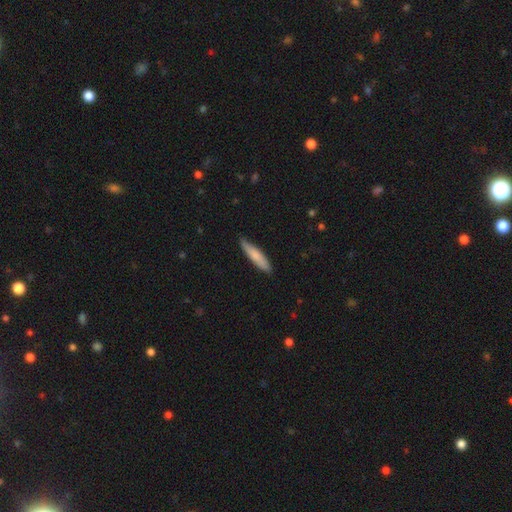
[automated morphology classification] This appears to be a smooth galaxy with no disk features (76%) that is cigar-shaped (85%). Merging: none (84%).